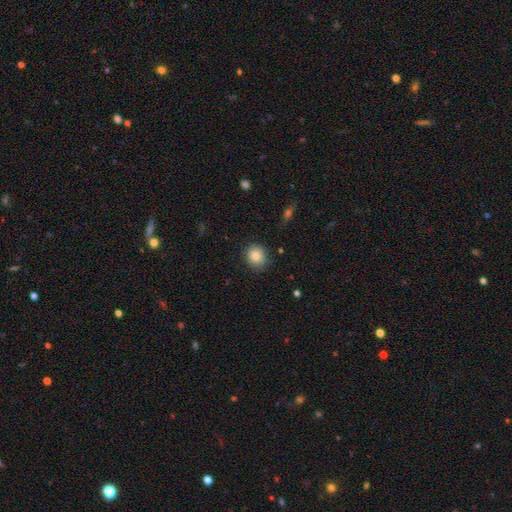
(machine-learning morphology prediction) Smooth or featured? smooth (85%)
How rounded? round (83%)
Merging? none (84%)